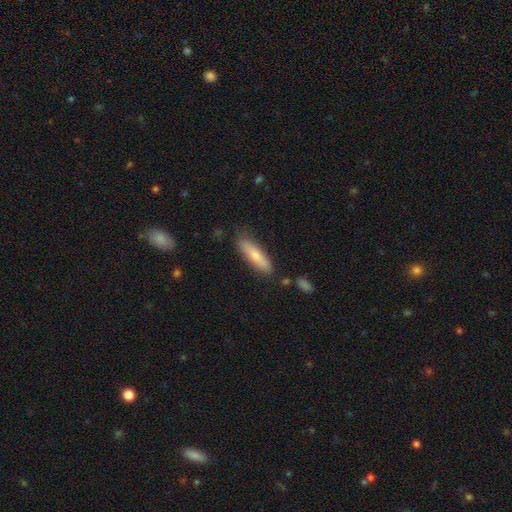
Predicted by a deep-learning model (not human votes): smooth 72%, featured or disk 22%, star or artifact 6%. Down the decision tree: how rounded — cigar-shaped (72%); merging — none (80%).